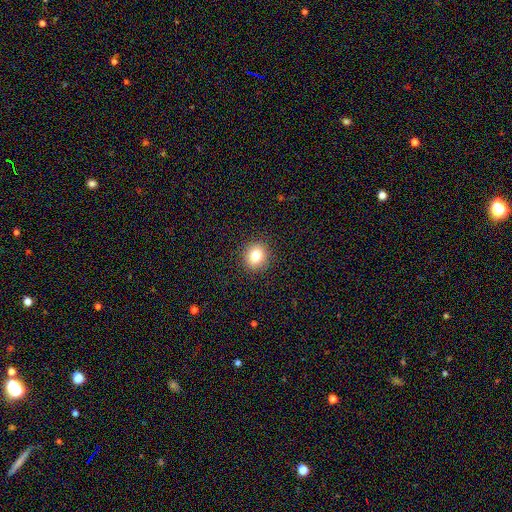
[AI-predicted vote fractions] This appears to be a smooth galaxy with no disk features (80%) that is round (81%). Merging: none (90%).